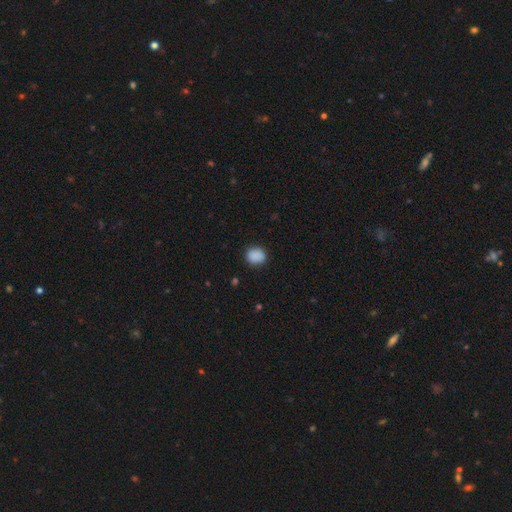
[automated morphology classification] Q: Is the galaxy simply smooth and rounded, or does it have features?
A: smooth — 88%.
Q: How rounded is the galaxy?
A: round — 71%.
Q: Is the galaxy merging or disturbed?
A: none — 85%.